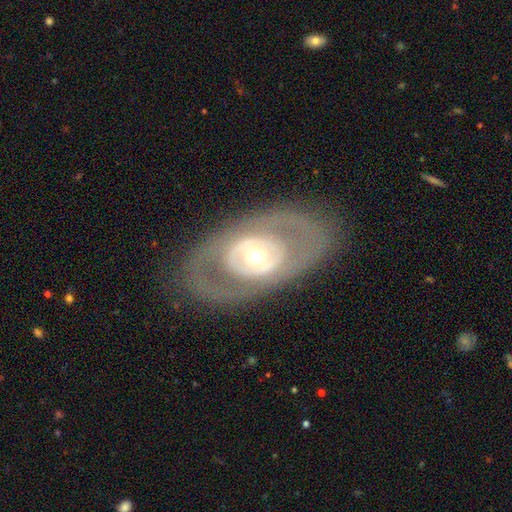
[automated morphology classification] smooth-or-featured: featured or disk: 71% | smooth: 23% | star or artifact: 5%
  disk-edge-on: no: 89% | yes: 11%
    bar: no: 82% | weak: 12% | strong: 6%
    has-spiral-arms: no: 82% | yes: 18%
    bulge-size: moderate: 68% | small: 16% | large: 13% | dominant: 1% | none: 1%
  merging: none: 80% | minor disturbance: 11% | major disturbance: 8% | merger: 1%